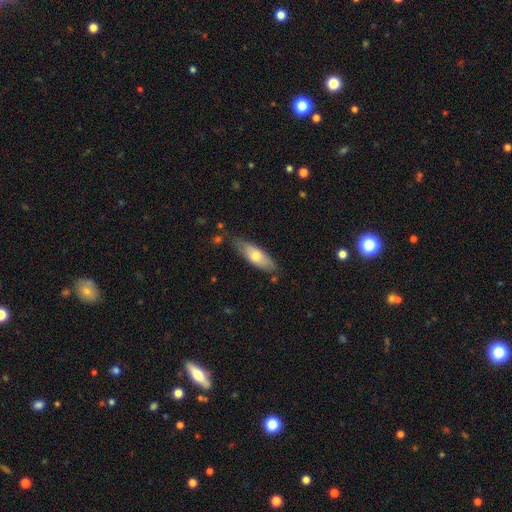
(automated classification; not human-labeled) This is likely a smooth galaxy (64%). How rounded: likely in between (60%). Merging: likely none (73%).